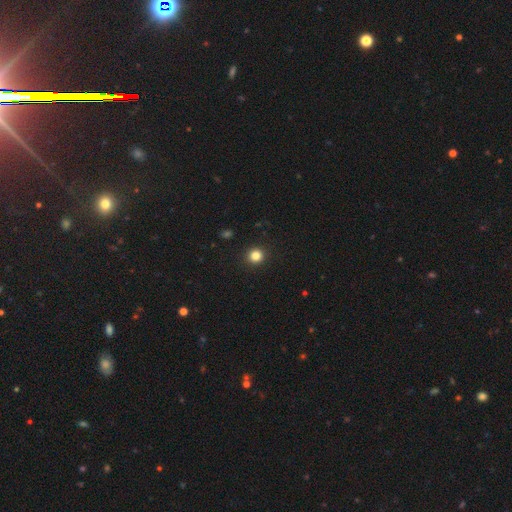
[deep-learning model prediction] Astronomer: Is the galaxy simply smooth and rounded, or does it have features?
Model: smooth — 84%.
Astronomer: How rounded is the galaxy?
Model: round — 92%.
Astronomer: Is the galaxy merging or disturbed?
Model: none — 93%.